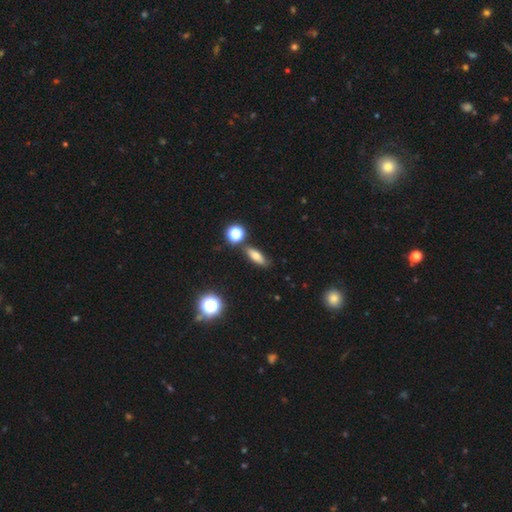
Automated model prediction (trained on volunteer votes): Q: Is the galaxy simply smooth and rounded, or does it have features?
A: smooth — 70%.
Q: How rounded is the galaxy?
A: in between — 61%.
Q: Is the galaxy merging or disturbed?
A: none — 80%.